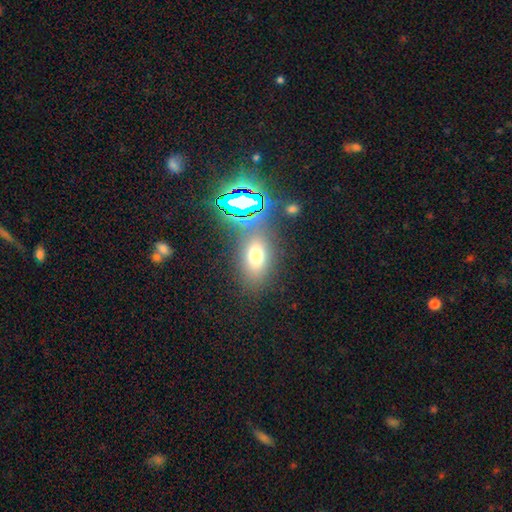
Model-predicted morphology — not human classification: smooth-or-featured: smooth: 61% | star or artifact: 25% | featured or disk: 14%
  how-rounded: in between: 74% | round: 21% | cigar-shaped: 5%
  merging: none: 77% | minor disturbance: 11% | merger: 7% | major disturbance: 5%